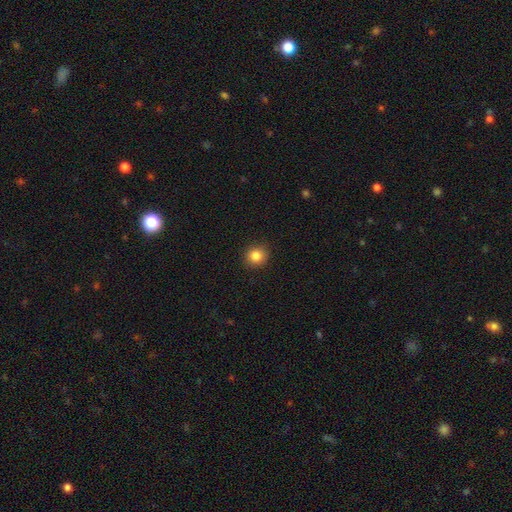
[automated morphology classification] type=smooth (84%); roundness=round (90%); merging=none (92%).